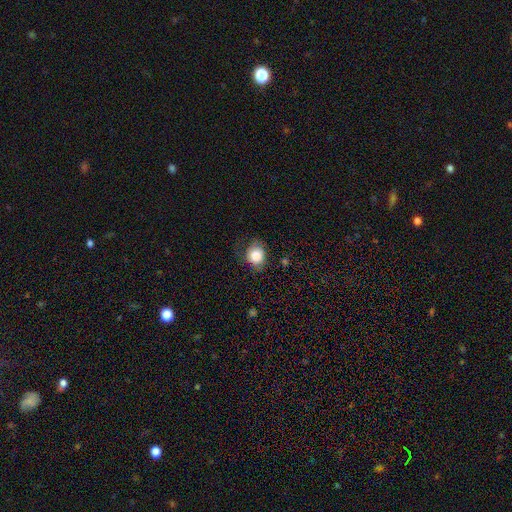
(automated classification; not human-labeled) smooth 82%, featured or disk 10%, star or artifact 9%. Down the decision tree: how rounded — round (60%); merging — none (68%).